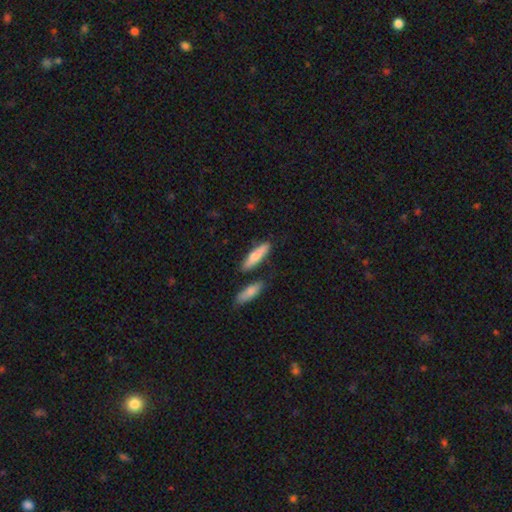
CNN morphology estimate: Smooth or featured: smooth — 72% (featured or disk — 22%)
How rounded: cigar-shaped — 70% (in between — 27%)
Merging: none — 76% (minor disturbance — 13%)